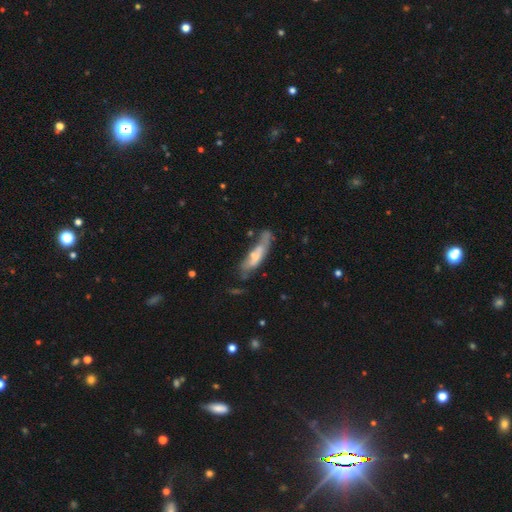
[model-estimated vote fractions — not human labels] A smooth galaxy with no disk features (49%).

Vote fractions:
- Smooth or featured? smooth: 49% / featured or disk: 43% / star or artifact: 7%
- Merging? none: 38% / minor disturbance: 27% / major disturbance: 21% / merger: 14%